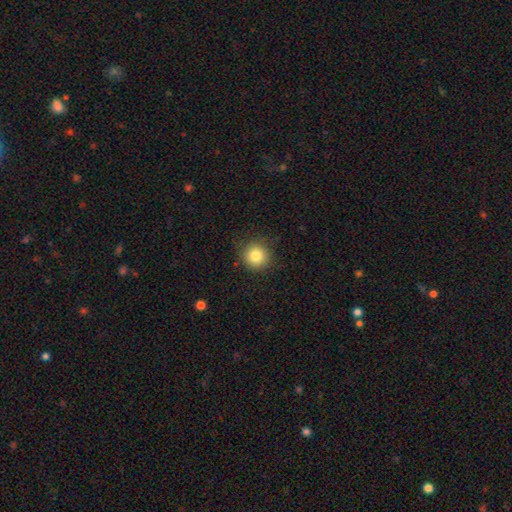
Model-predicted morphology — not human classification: type=smooth (82%); roundness=round (93%); merging=none (87%).